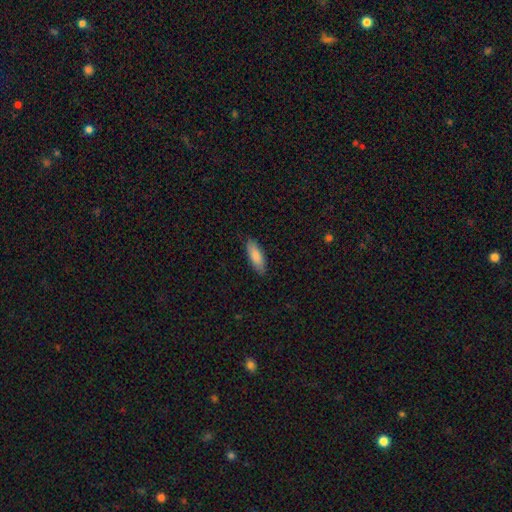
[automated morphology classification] Smooth or featured? Predicted: smooth (p=0.87). How rounded? Predicted: in between (p=0.64). Merging? Predicted: none (p=0.87).